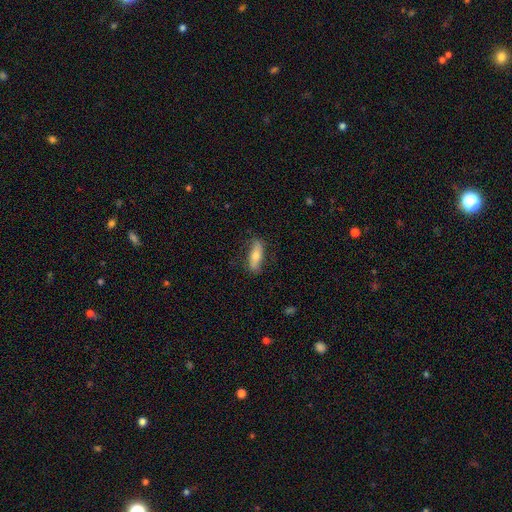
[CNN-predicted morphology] Smooth or featured?
  - smooth: 61% *
  - featured or disk: 32%
  - star or artifact: 6%
How rounded?
  - in between: 50% *
  - cigar-shaped: 48%
  - round: 3%
Merging?
  - none: 79% *
  - minor disturbance: 16%
  - major disturbance: 4%
  - merger: 1%